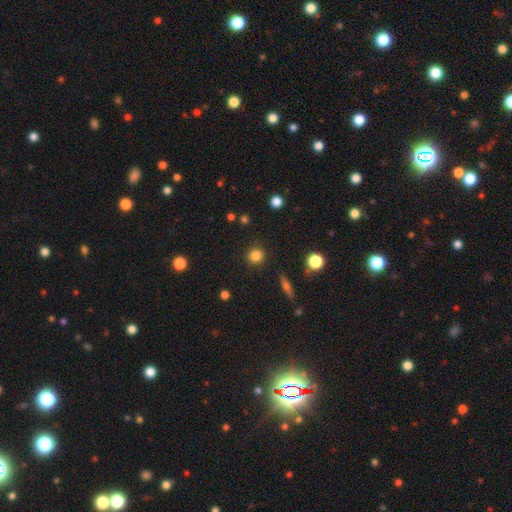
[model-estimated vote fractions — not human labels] The model was most divided on "smooth or featured": smooth: 83%, star or artifact: 11%, featured or disk: 5%. More confident: how rounded — round (93%); merging — none (90%).